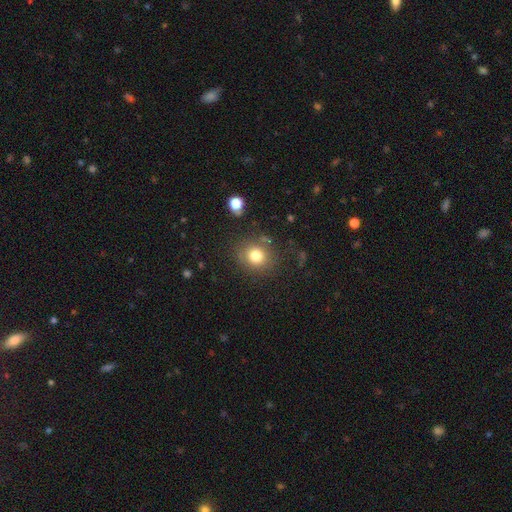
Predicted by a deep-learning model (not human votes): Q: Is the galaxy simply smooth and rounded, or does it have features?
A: smooth — 79%.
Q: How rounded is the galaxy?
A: round — 81%.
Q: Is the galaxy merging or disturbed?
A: none — 81%.